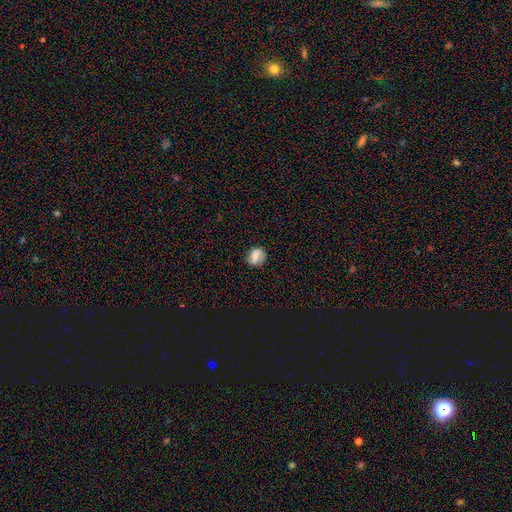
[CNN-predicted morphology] Smooth or featured? Predicted: smooth (p=0.57). How rounded? Predicted: round (p=0.73). Merging? Predicted: none (p=0.73).